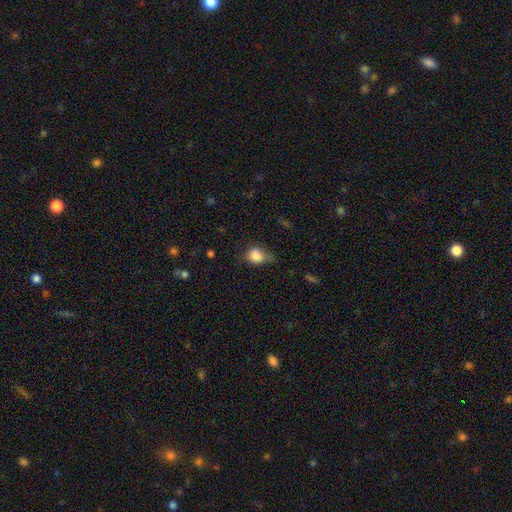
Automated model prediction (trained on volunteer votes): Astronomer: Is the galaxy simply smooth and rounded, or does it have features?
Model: smooth — 83%.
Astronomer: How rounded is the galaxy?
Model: round — 58% (runner-up: in between, 41%).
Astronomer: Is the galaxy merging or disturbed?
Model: none — 41% (runner-up: minor disturbance, 39%).